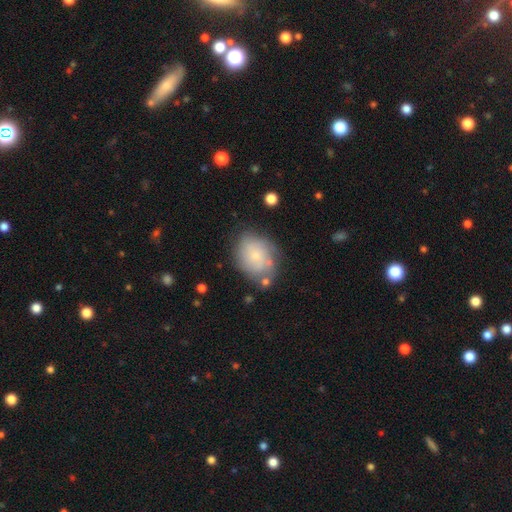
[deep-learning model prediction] A smooth galaxy with no disk features (60%) that is in between round and cigar-shaped (56%). Merging: none (60%).